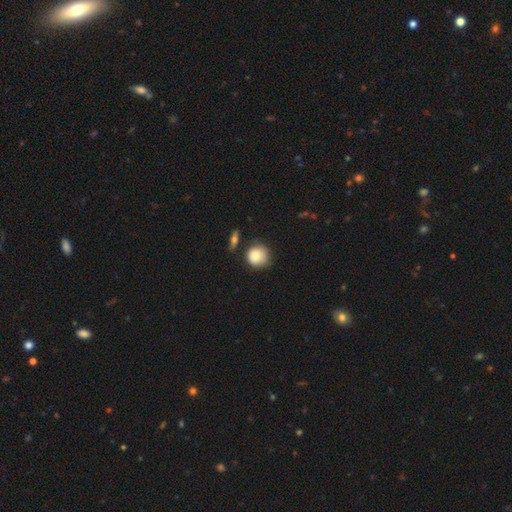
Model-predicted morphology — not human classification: Smooth or featured?
  - smooth: 85% *
  - star or artifact: 8%
  - featured or disk: 7%
How rounded?
  - round: 87% *
  - in between: 12%
  - cigar-shaped: 1%
Merging?
  - none: 65% *
  - minor disturbance: 23%
  - merger: 7%
  - major disturbance: 5%